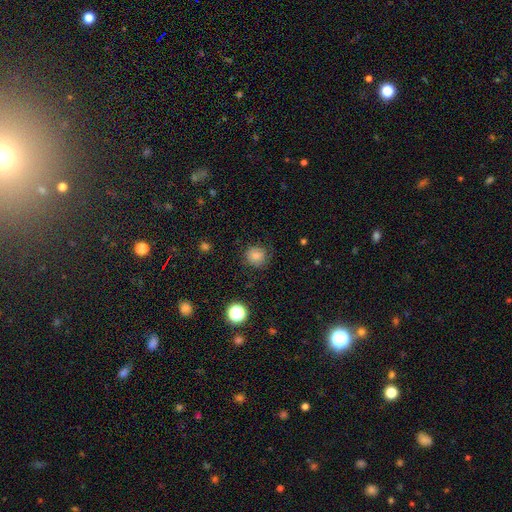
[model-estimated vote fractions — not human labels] Overall: smooth (78%). How rounded: round (90%). Merging: none (77%).